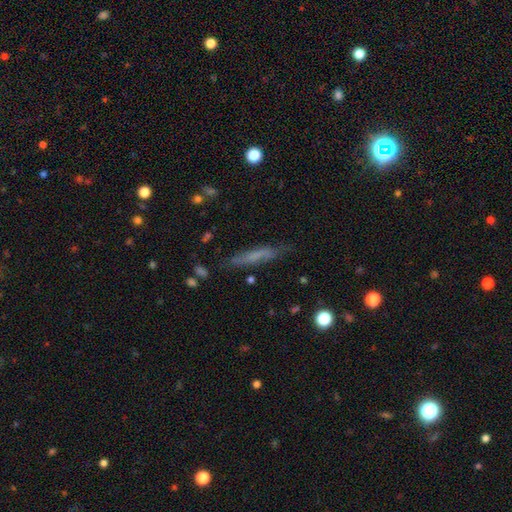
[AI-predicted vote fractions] The model was most divided on "smooth or featured": smooth: 57%, featured or disk: 33%, star or artifact: 10%. More confident: how rounded — cigar-shaped (89%); merging — none (76%).